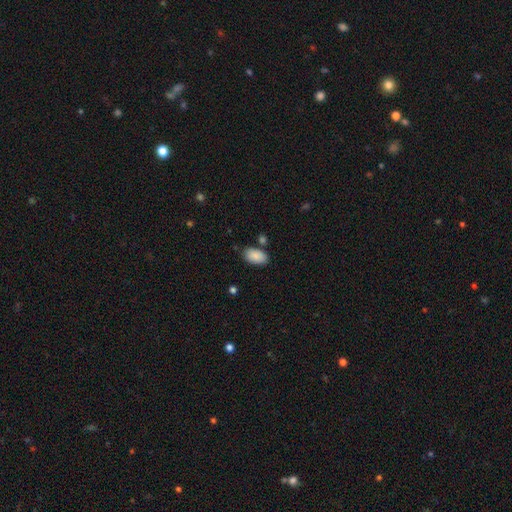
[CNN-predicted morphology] smooth_or_featured: smooth (p=0.89) [alt: star or artifact p=0.06]
how_rounded: in between (p=0.95) [alt: round p=0.04]
merging: none (p=0.77) [alt: minor disturbance p=0.13]